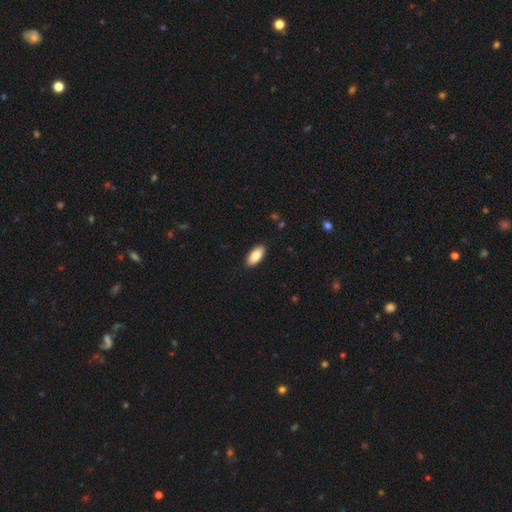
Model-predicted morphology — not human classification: smooth-or-featured: smooth: 86% | featured or disk: 8% | star or artifact: 6%
  how-rounded: in between: 90% | cigar-shaped: 8% | round: 2%
  merging: none: 90% | minor disturbance: 7% | major disturbance: 2% | merger: 1%